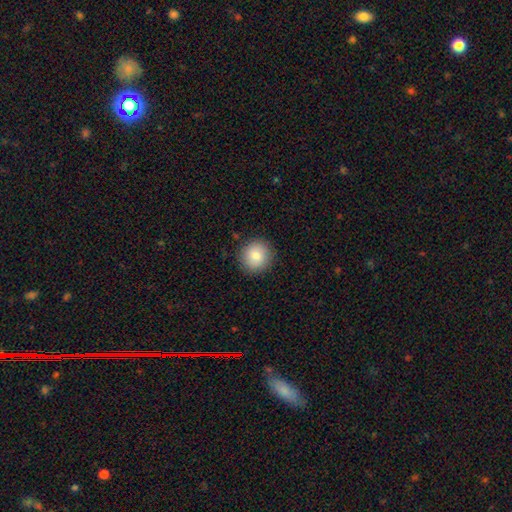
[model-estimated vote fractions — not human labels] Q: Smooth or featured?
A: smooth (83%); runner-up: featured or disk (9%)
Q: How rounded?
A: round (91%); runner-up: in between (8%)
Q: Merging?
A: none (89%); runner-up: minor disturbance (8%)